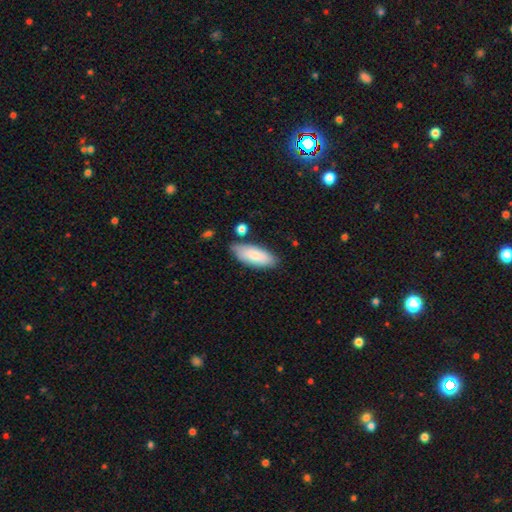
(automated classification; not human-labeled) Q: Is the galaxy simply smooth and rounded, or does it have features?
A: smooth — 80%.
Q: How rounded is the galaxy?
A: in between — 81%.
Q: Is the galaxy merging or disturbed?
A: none — 75%.